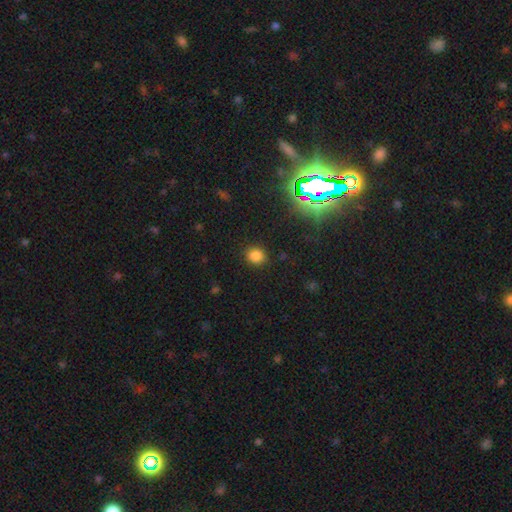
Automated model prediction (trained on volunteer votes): smooth 80%, star or artifact 15%, featured or disk 5%. Down the decision tree: how rounded — round (80%); merging — none (88%).